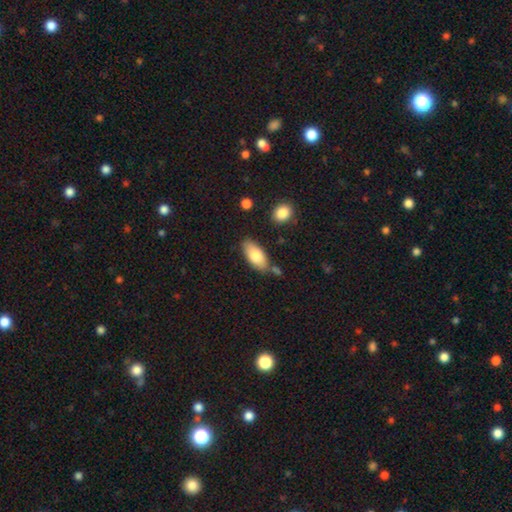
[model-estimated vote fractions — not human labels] Morphology: type=smooth (78%); roundness=in between (88%); merging=none (74%).